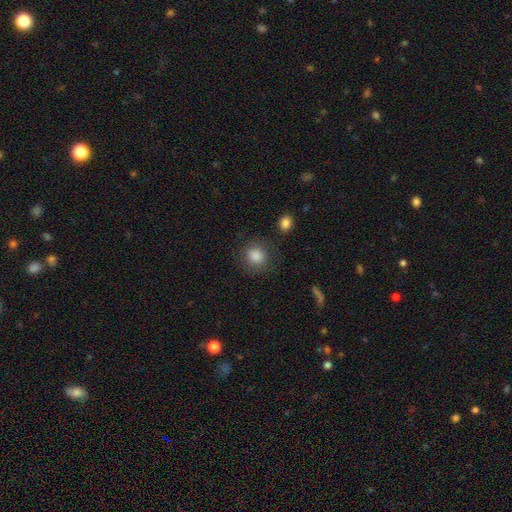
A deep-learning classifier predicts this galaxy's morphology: A smooth galaxy with no disk features (86%) that is round (87%).

Vote fractions:
- Smooth or featured? smooth: 86% / star or artifact: 9% / featured or disk: 5%
- How rounded? round: 87% / in between: 12% / cigar-shaped: 1%
- Merging? none: 82% / minor disturbance: 10% / major disturbance: 5% / merger: 3%